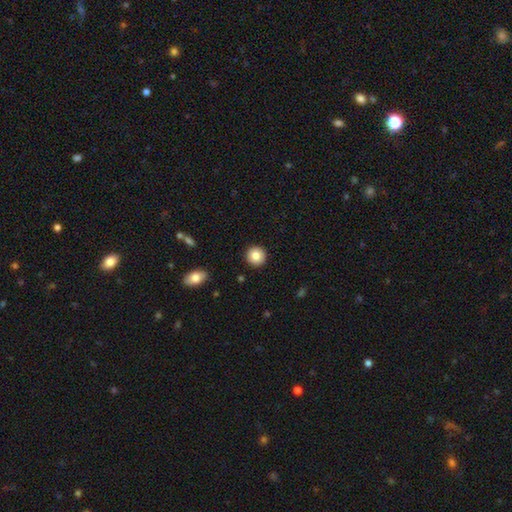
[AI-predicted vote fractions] This is clearly a smooth galaxy (84%). How rounded: clearly round (94%). Merging: clearly none (92%).